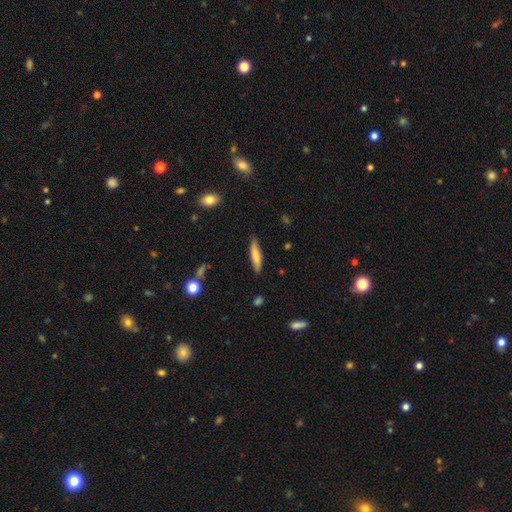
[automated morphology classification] Smooth or featured? smooth (76%)
How rounded? cigar-shaped (84%)
Merging? none (85%)